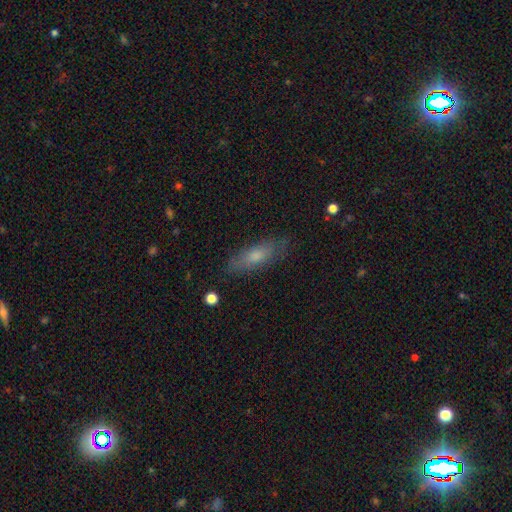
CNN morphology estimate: smooth_or_featured: smooth (p=0.61) [alt: featured or disk p=0.29]
how_rounded: in between (p=0.50) [alt: cigar-shaped p=0.47]
merging: none (p=0.83) [alt: minor disturbance p=0.13]